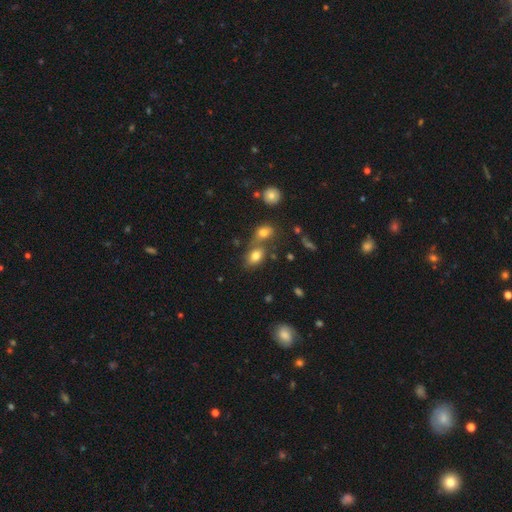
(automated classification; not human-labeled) Smooth or featured? smooth (78%)
How rounded? in between (79%)
Merging? none (45%)